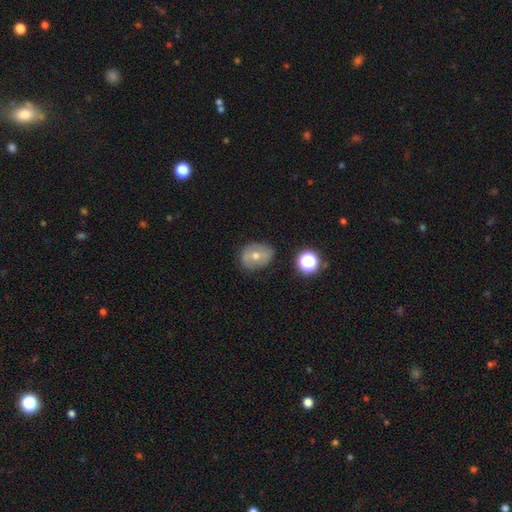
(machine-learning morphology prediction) smooth-or-featured: featured or disk: 47% | smooth: 40% | star or artifact: 14%
  merging: none: 77% | minor disturbance: 17% | major disturbance: 4% | merger: 2%